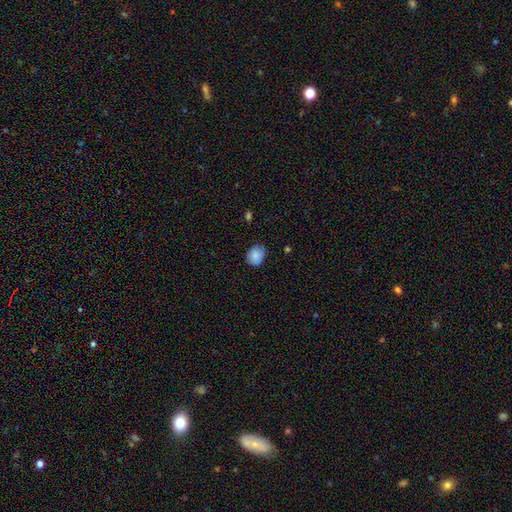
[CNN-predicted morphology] Smooth or featured?
  - smooth: 85% *
  - star or artifact: 8%
  - featured or disk: 7%
How rounded?
  - round: 56% *
  - in between: 43%
  - cigar-shaped: 1%
Merging?
  - none: 69% *
  - minor disturbance: 26%
  - major disturbance: 4%
  - merger: 1%